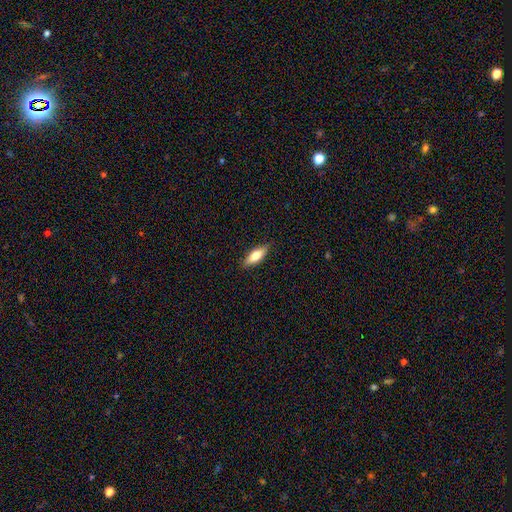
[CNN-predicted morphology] A smooth galaxy with no disk features (62%) that is in between round and cigar-shaped (62%). Merging: none (88%).